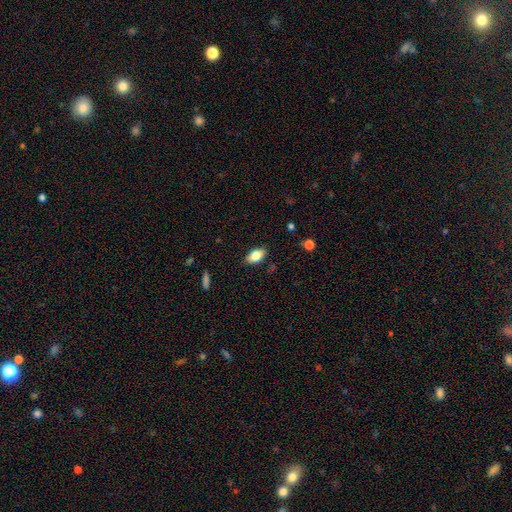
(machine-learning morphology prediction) A smooth galaxy with no disk features (79%) that is in between round and cigar-shaped (90%).

Vote fractions:
- Smooth or featured? smooth: 79% / featured or disk: 14% / star or artifact: 8%
- How rounded? in between: 90% / round: 5% / cigar-shaped: 5%
- Merging? none: 86% / minor disturbance: 11% / major disturbance: 2% / merger: 1%